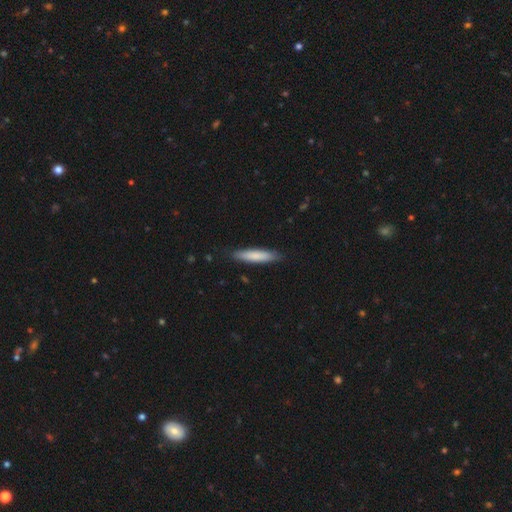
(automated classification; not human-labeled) Morphology: type=smooth (79%); roundness=cigar-shaped (86%); merging=none (86%).